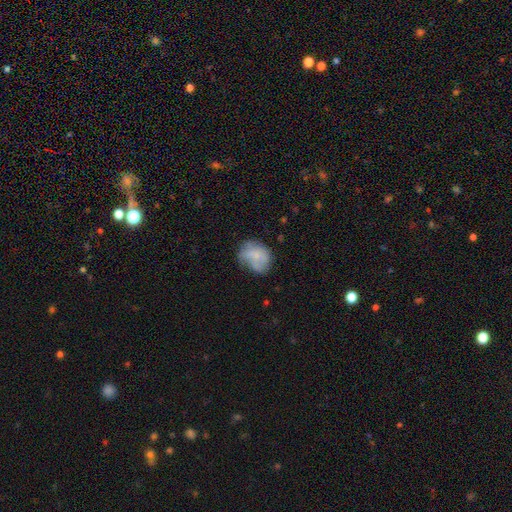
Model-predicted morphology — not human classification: A smooth galaxy with no disk features (56%) that is round (50%).

Vote fractions:
- Smooth or featured? smooth: 56% / featured or disk: 35% / star or artifact: 9%
- How rounded? round: 50% / in between: 49% / cigar-shaped: 1%
- Merging? none: 47% / minor disturbance: 30% / major disturbance: 16% / merger: 7%